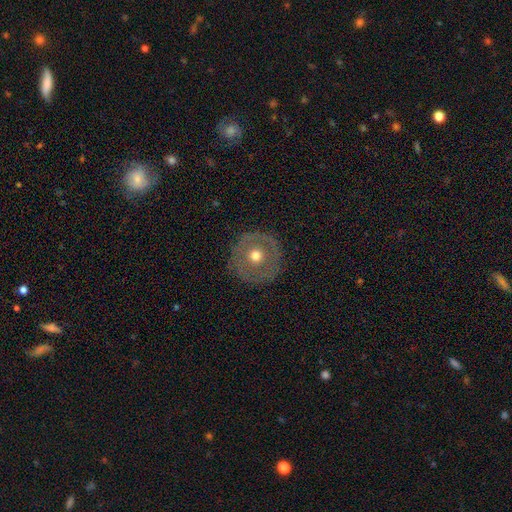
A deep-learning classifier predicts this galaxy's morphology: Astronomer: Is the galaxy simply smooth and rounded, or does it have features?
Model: smooth — 48% (runner-up: featured or disk, 44%).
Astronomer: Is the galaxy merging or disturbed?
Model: none — 86%.